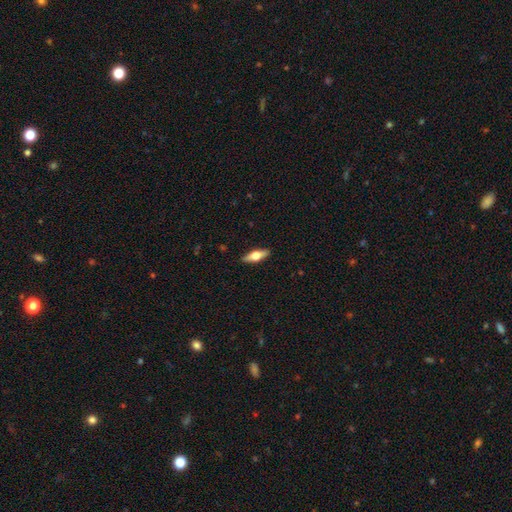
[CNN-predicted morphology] Overall: smooth (48%; featured or disk 46%). Merging: none (90%).